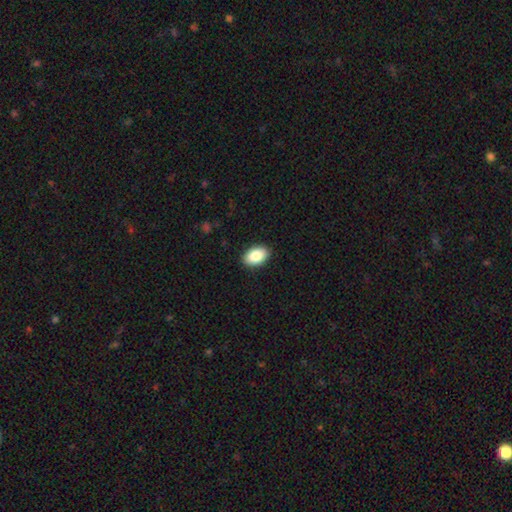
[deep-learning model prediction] A smooth galaxy with no disk features (87%) that is in between round and cigar-shaped (91%). Merging: none (90%).